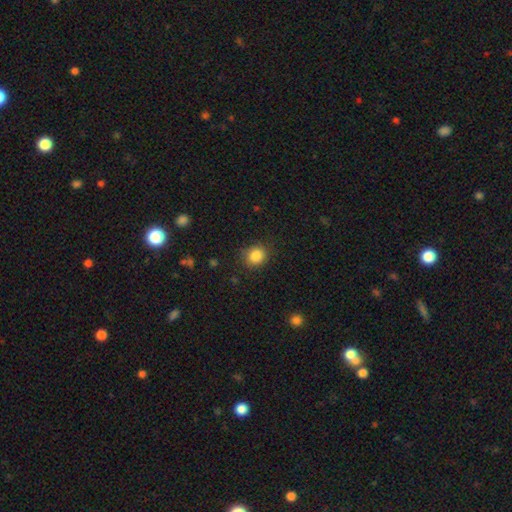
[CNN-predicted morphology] A smooth galaxy with no disk features (85%) that is round (78%). Merging: none (84%).